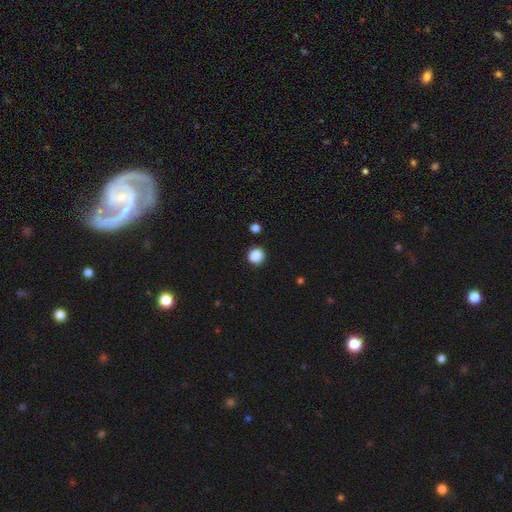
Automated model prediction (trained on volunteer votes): smooth_or_featured: smooth (p=0.87) [alt: star or artifact p=0.10]
how_rounded: round (p=0.92) [alt: in between p=0.07]
merging: none (p=0.90) [alt: minor disturbance p=0.06]